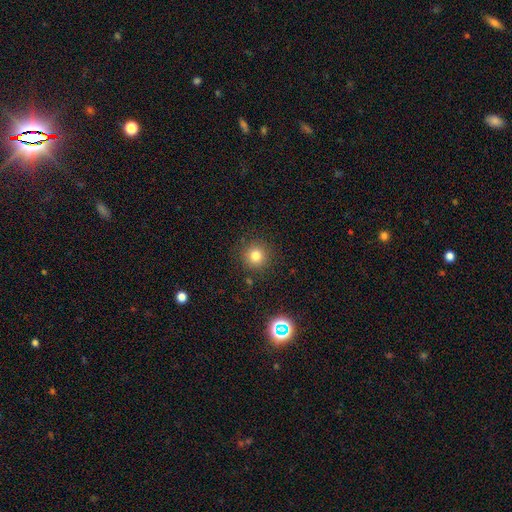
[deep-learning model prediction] This appears to be a smooth galaxy with no disk features (79%) that is round (94%). Merging: none (88%).